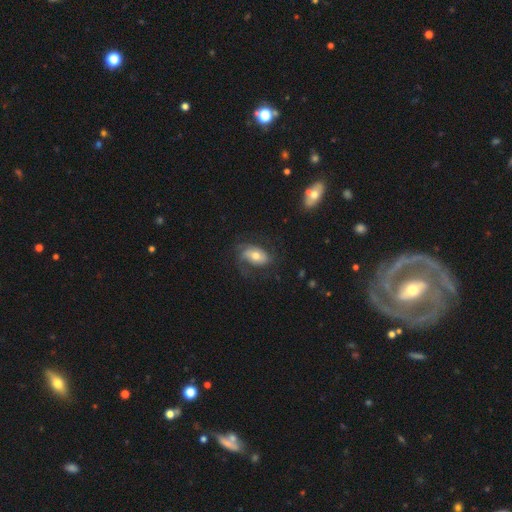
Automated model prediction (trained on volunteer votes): A featured or disk galaxy (55%) with no bar (61%), spiral arms (81%) and a moderate central bulge (66%). Merging: none (55%).